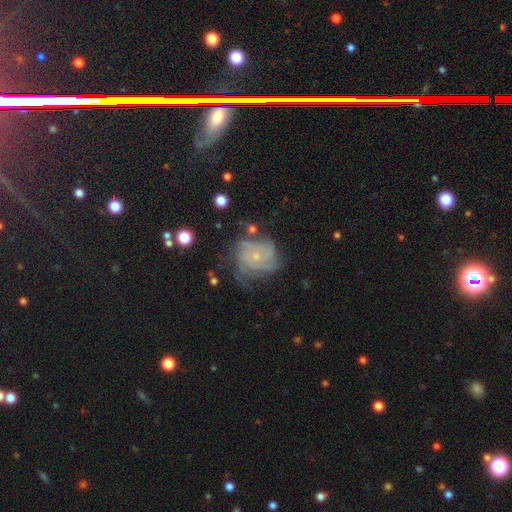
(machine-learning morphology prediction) A featured or disk galaxy (78%) with no bar (79%), tight (58%) spiral arms (93%) and a small central bulge (75%). Merging: none (58%).